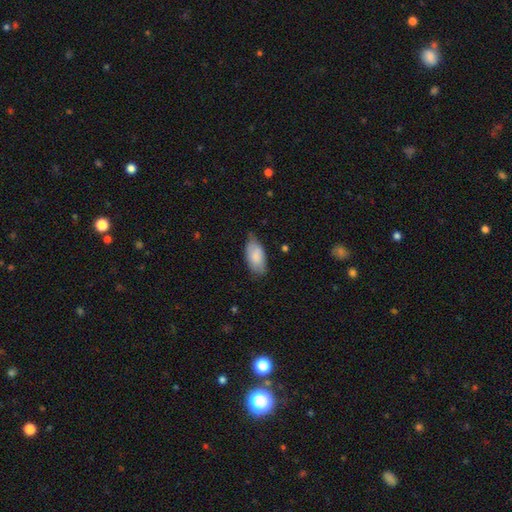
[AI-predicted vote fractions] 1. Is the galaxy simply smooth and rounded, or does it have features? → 82% smooth, 12% featured or disk, 6% star or artifact.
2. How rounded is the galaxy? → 92% in between, 5% cigar-shaped, 2% round.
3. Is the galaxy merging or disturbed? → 61% none, 31% minor disturbance, 6% major disturbance, 2% merger.